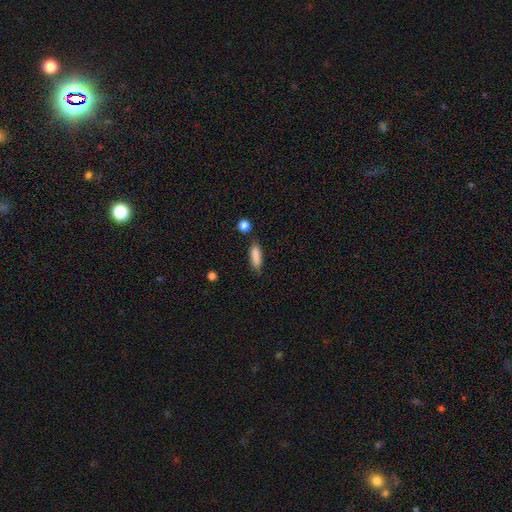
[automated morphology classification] Q: Smooth or featured?
A: smooth (86%); runner-up: featured or disk (7%)
Q: How rounded?
A: cigar-shaped (53%); runner-up: in between (45%)
Q: Merging?
A: none (79%); runner-up: minor disturbance (15%)